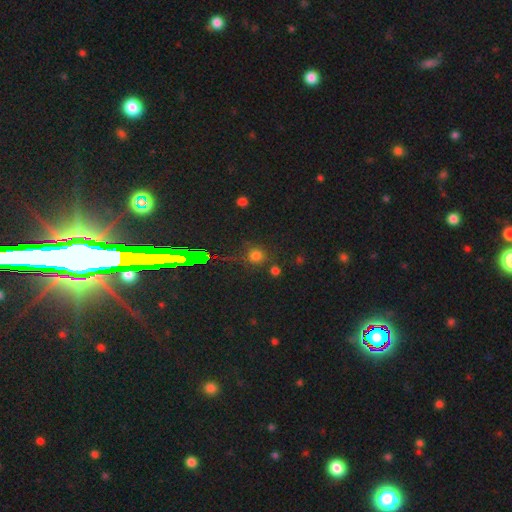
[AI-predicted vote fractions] Overall: smooth (65%; star or artifact 28%). How rounded: round (90%). Merging: none (78%).